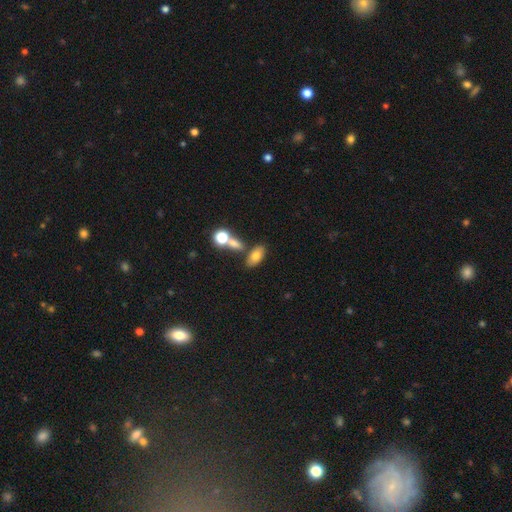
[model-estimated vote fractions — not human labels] The model was most divided on "merging": none: 65%, merger: 19%, minor disturbance: 11%, major disturbance: 5%. More confident: how rounded — in between (85%); smooth or featured — smooth (73%).